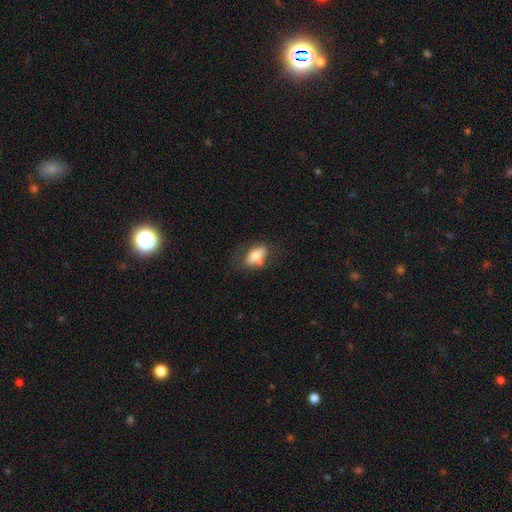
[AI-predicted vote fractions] Morphology: type=smooth (71%); roundness=in between (87%); merging=none (57%).